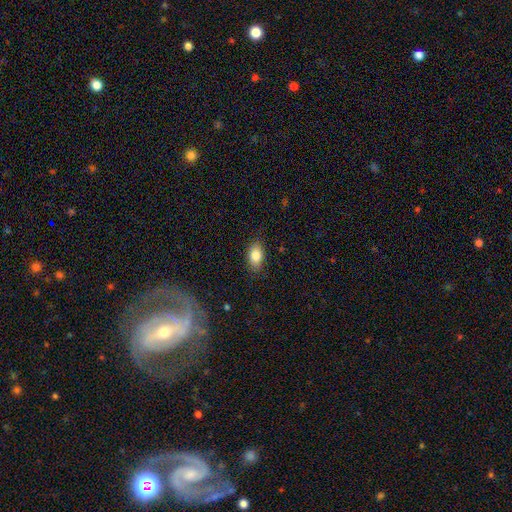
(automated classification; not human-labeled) The model was most divided on "merging": none: 85%, minor disturbance: 11%, major disturbance: 3%, merger: 1%. More confident: how rounded — in between (89%); smooth or featured — smooth (84%).